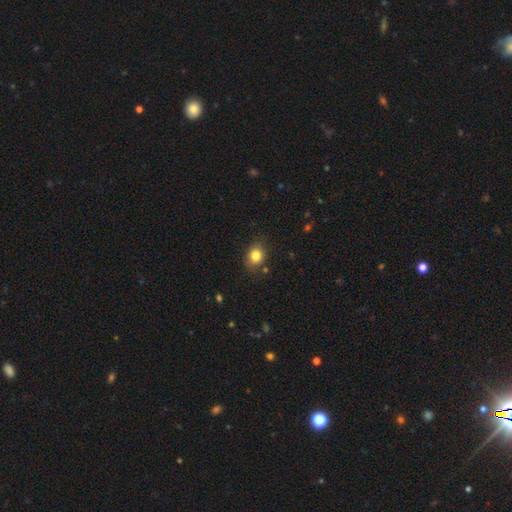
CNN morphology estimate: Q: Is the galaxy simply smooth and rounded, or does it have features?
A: smooth — 83%.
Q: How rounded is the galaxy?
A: round — 55%.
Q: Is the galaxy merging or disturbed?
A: none — 82%.